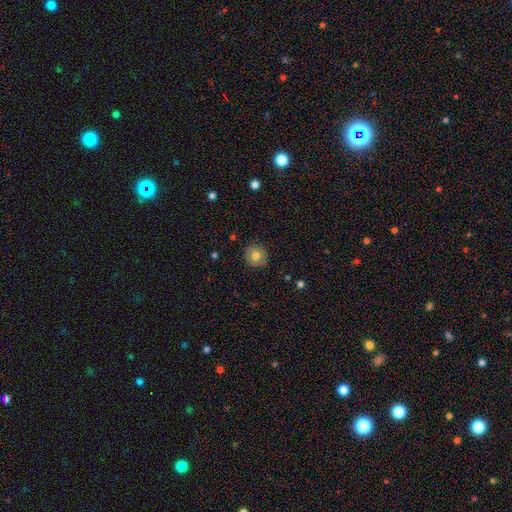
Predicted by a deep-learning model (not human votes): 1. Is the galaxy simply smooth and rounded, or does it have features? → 77% smooth, 14% featured or disk, 9% star or artifact.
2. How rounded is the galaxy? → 89% round, 10% in between, 1% cigar-shaped.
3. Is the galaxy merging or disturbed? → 88% none, 9% minor disturbance, 2% major disturbance, 1% merger.